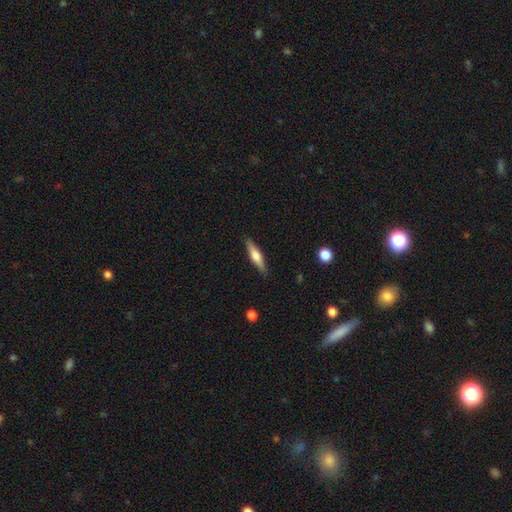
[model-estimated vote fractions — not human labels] featured or disk 48%, smooth 46%, star or artifact 6%. Down the decision tree: merging — none (88%).